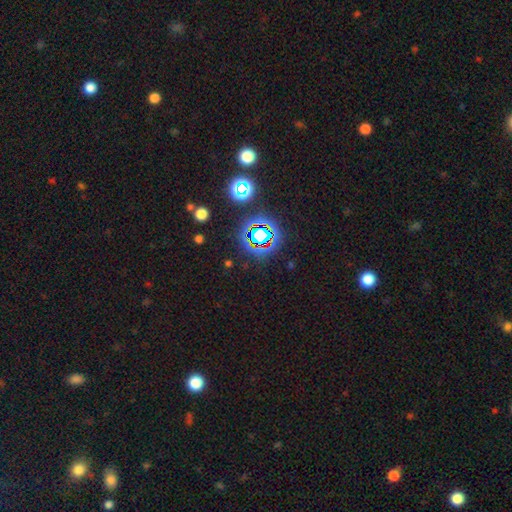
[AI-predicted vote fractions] Morphology: type=star or artifact (70%).